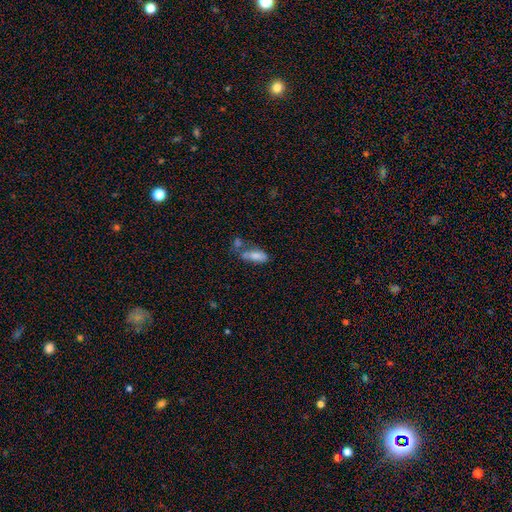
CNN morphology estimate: The model was most divided on "merging": none: 36%, merger: 35%, minor disturbance: 19%, major disturbance: 9%. More confident: smooth or featured — smooth (76%); how rounded — in between (70%).